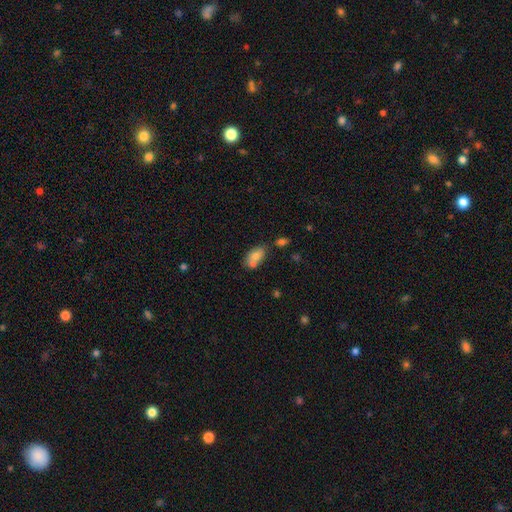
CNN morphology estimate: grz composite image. It shows a smooth galaxy with no disk features (73%) that is in between round and cigar-shaped (88%). Merging: none (45%).